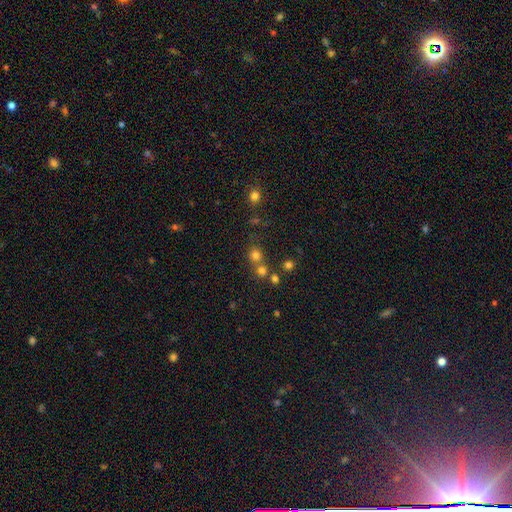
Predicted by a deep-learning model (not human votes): Smooth or featured? Predicted: smooth (p=0.65). How rounded? Predicted: round (p=0.86). Merging? Predicted: none (p=0.56).